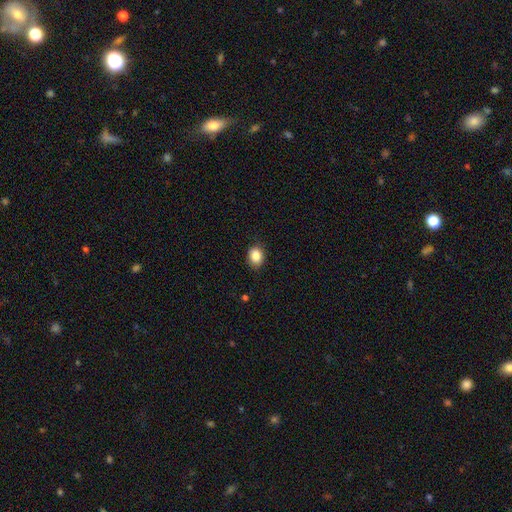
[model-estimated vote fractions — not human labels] This appears to be a smooth galaxy with no disk features (87%) that is in between round and cigar-shaped (51%). Merging: none (85%).